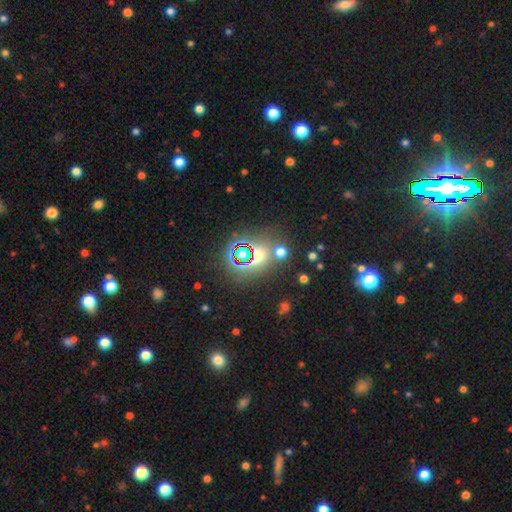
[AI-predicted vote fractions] Smooth or featured: star or artifact — 55% (smooth — 35%)